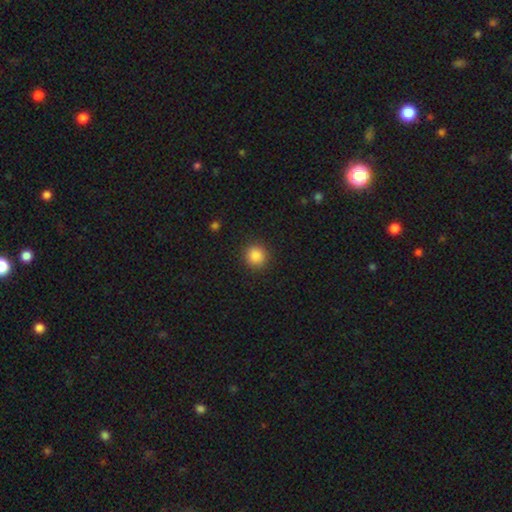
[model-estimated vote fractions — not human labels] smooth-or-featured: smooth: 86% | star or artifact: 10% | featured or disk: 4%
  how-rounded: round: 93% | in between: 6% | cigar-shaped: 1%
  merging: none: 91% | minor disturbance: 6% | major disturbance: 2% | merger: 1%